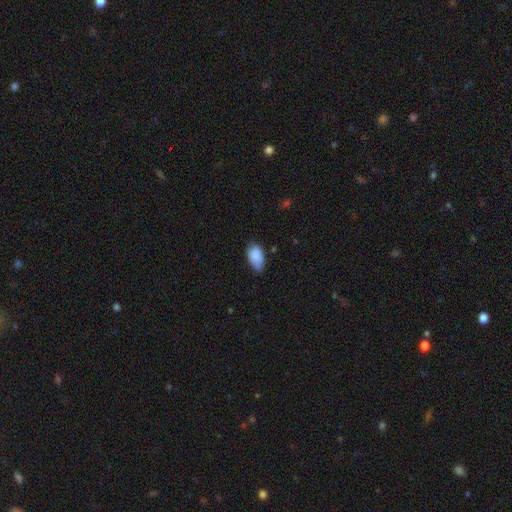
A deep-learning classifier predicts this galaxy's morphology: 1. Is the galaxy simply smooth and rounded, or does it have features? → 86% smooth, 7% star or artifact, 7% featured or disk.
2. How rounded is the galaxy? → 92% in between, 6% round, 2% cigar-shaped.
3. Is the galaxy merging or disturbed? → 54% none, 38% minor disturbance, 6% major disturbance, 2% merger.